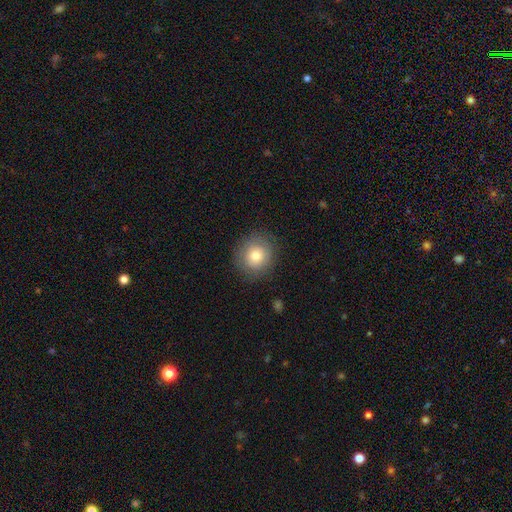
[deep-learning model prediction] A smooth galaxy with no disk features (75%) that is round (85%). Merging: none (84%).